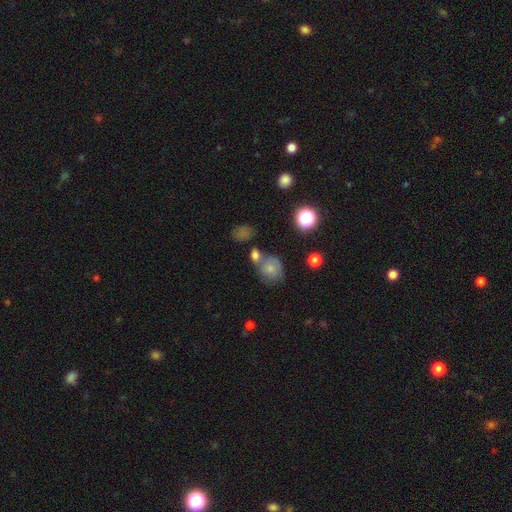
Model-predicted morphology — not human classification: Smooth or featured?
  - smooth: 70% *
  - star or artifact: 15%
  - featured or disk: 15%
How rounded?
  - round: 56% *
  - in between: 42%
  - cigar-shaped: 2%
Merging?
  - none: 46% *
  - merger: 36%
  - minor disturbance: 13%
  - major disturbance: 6%